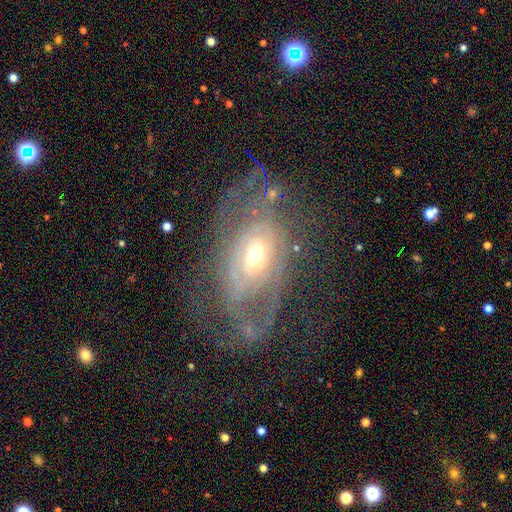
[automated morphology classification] Smooth or featured?
  - featured or disk: 79% *
  - smooth: 13%
  - star or artifact: 8%
Edge-on disk?
  - no: 93% *
  - yes: 7%
Bar?
  - no: 67% *
  - weak: 25%
  - strong: 8%
Spiral arms?
  - yes: 77% *
  - no: 23%
Spiral winding?
  - tight: 59% *
  - medium: 29%
  - loose: 12%
Spiral arm count?
  - can't tell: 49% *
  - 2: 26%
  - 3: 9%
  - 1: 7%
  - 4: 5%
  - more than 4: 4%
Bulge size?
  - moderate: 58% *
  - small: 35%
  - large: 5%
  - dominant: 1%
  - none: 1%
Merging?
  - none: 54% *
  - major disturbance: 23%
  - minor disturbance: 21%
  - merger: 2%